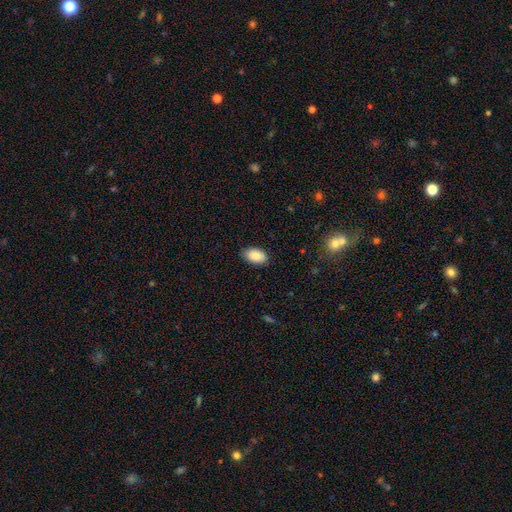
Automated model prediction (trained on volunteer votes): Q: Smooth or featured?
A: smooth (89%); runner-up: star or artifact (7%)
Q: How rounded?
A: in between (93%); runner-up: round (5%)
Q: Merging?
A: none (85%); runner-up: minor disturbance (12%)